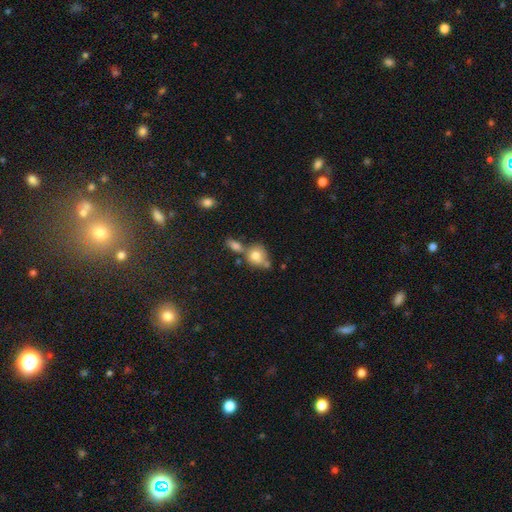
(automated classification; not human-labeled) smooth_or_featured: smooth (p=0.73) [alt: featured or disk p=0.17]
how_rounded: round (p=0.74) [alt: in between p=0.25]
merging: none (p=0.44) [alt: merger p=0.38]